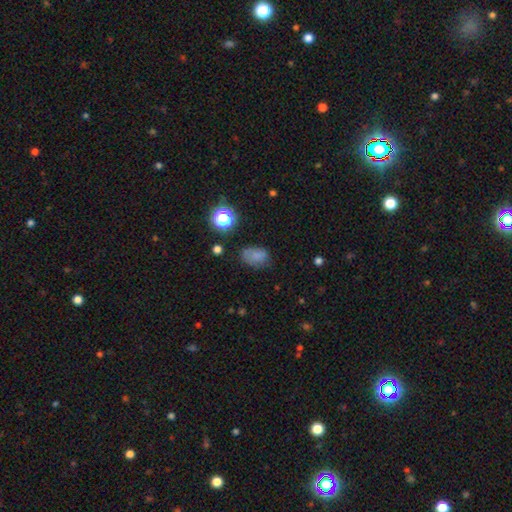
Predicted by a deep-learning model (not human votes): smooth 72%, star or artifact 16%, featured or disk 12%. Down the decision tree: how rounded — in between (78%); merging — none (59%).